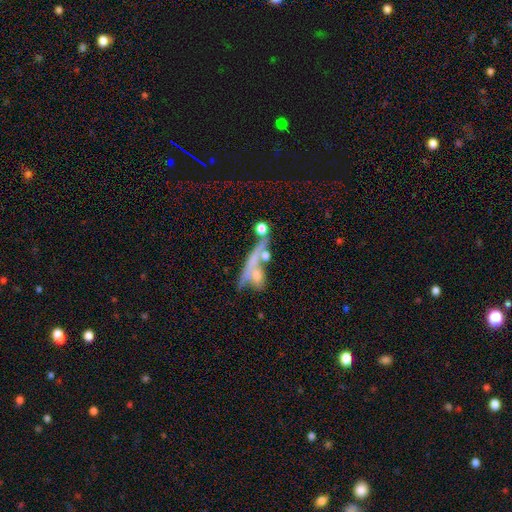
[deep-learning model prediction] Smooth or featured: featured or disk — 46% (smooth — 40%)
Merging: merger — 37% (none — 34%)